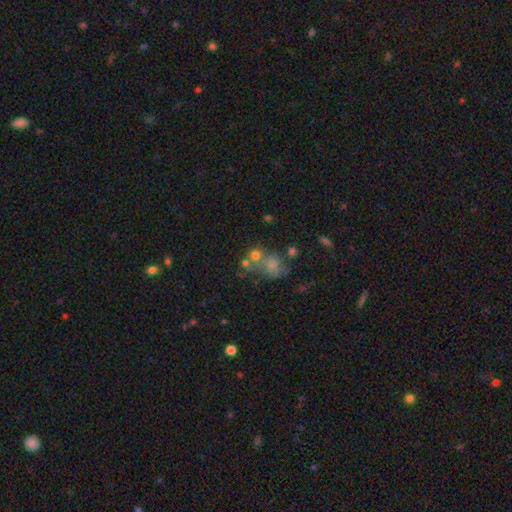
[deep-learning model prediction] This appears to be a smooth galaxy with no disk features (65%) that is round (76%). Merging: none (42%).